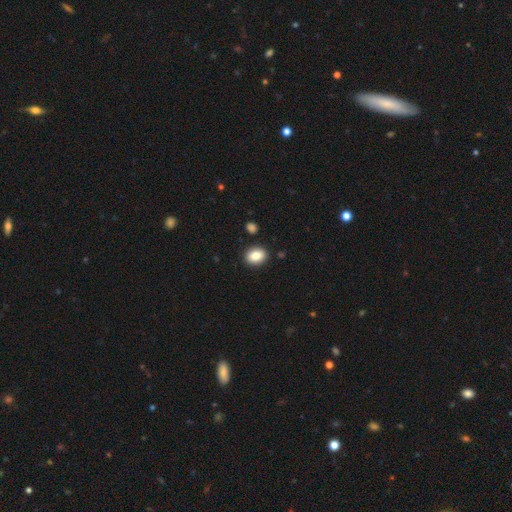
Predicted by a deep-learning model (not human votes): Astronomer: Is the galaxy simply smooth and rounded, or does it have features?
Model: smooth — 86%.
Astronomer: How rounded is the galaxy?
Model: in between — 68%.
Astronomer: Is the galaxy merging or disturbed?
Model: none — 88%.